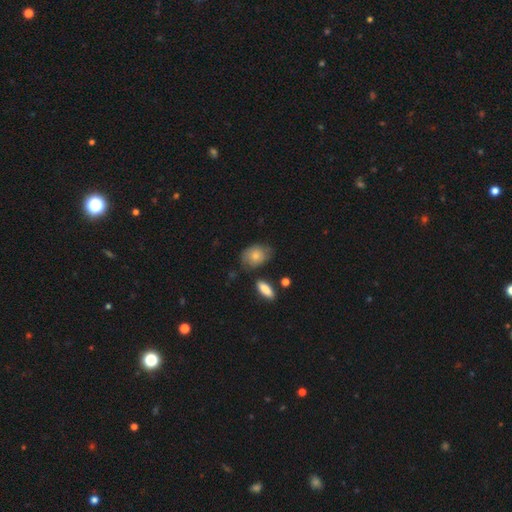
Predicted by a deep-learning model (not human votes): Smooth or featured? smooth (73%)
How rounded? in between (71%)
Merging? none (61%)